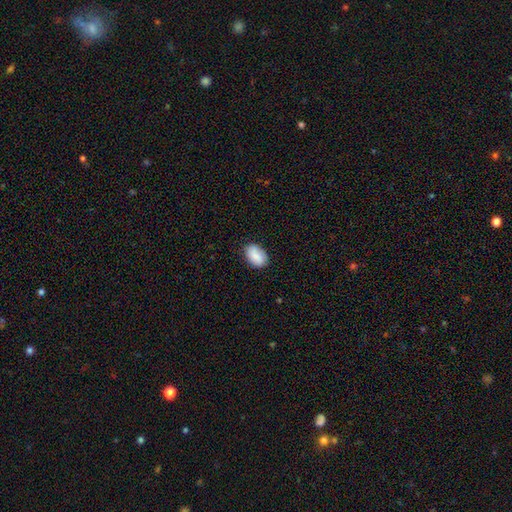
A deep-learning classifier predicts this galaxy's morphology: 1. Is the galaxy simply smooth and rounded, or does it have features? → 86% smooth, 7% featured or disk, 7% star or artifact.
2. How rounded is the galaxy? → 86% in between, 13% round, 1% cigar-shaped.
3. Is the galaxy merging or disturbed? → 80% none, 16% minor disturbance, 3% major disturbance, 1% merger.